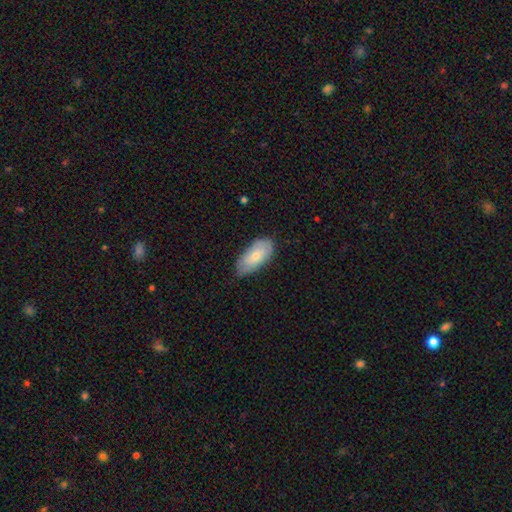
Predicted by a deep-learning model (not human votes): This is likely a smooth galaxy (68%). How rounded: clearly in between (91%). Merging: likely none (71%).